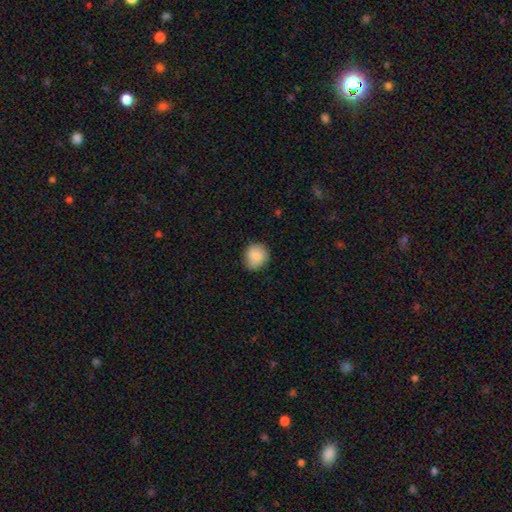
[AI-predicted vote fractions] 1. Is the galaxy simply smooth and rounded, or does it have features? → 86% smooth, 7% star or artifact, 7% featured or disk.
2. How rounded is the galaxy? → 83% round, 16% in between, 1% cigar-shaped.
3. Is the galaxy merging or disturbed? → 78% none, 18% minor disturbance, 3% major disturbance, 1% merger.